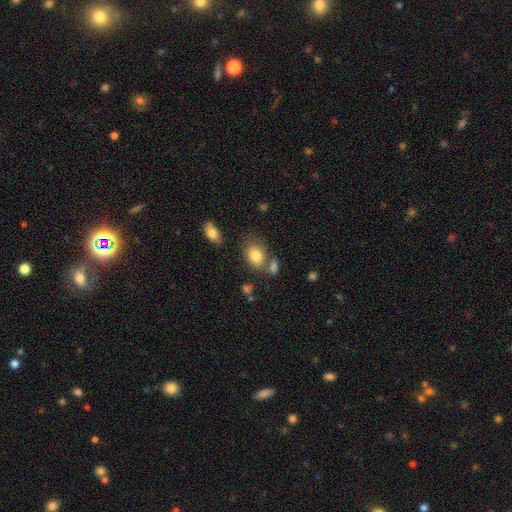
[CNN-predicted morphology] type=smooth (81%); roundness=in between (75%); merging=none (59%).